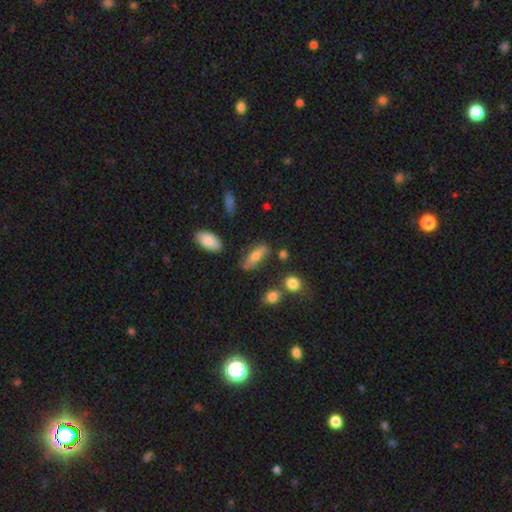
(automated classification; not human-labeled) A smooth galaxy with no disk features (66%) that is in between round and cigar-shaped (52%). Merging: none (71%).